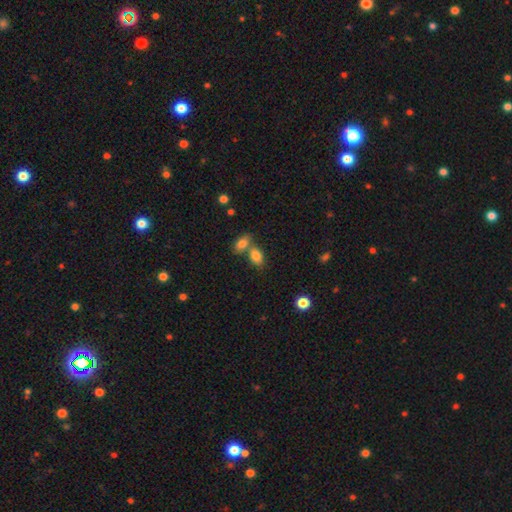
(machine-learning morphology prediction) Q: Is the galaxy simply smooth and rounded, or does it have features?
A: smooth — 82%.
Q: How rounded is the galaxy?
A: in between — 83%.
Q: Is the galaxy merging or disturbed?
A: merger — 44%.